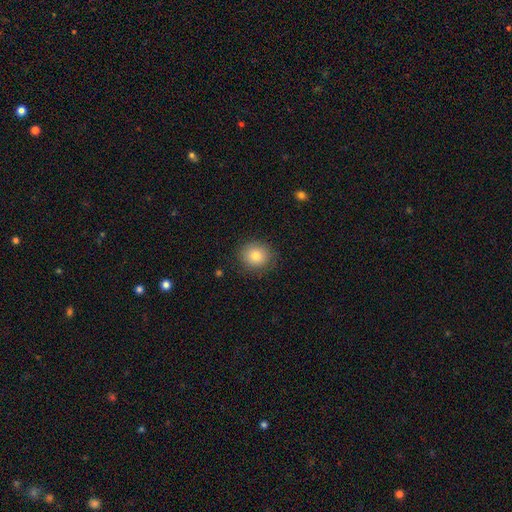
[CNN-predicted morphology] Overall: smooth (81%). How rounded: round (80%). Merging: none (86%).